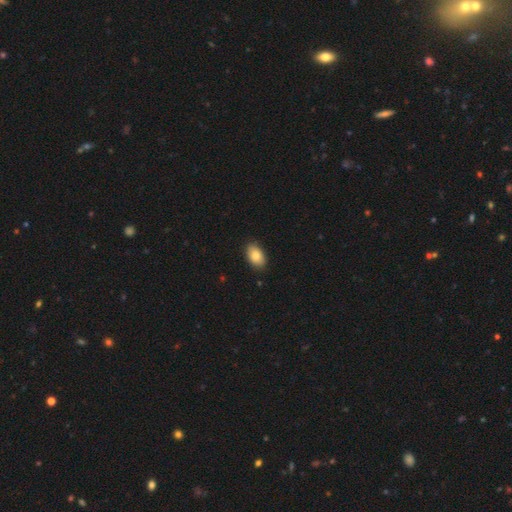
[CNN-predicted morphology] This is clearly a smooth galaxy (85%). How rounded: clearly in between (91%). Merging: clearly none (86%).